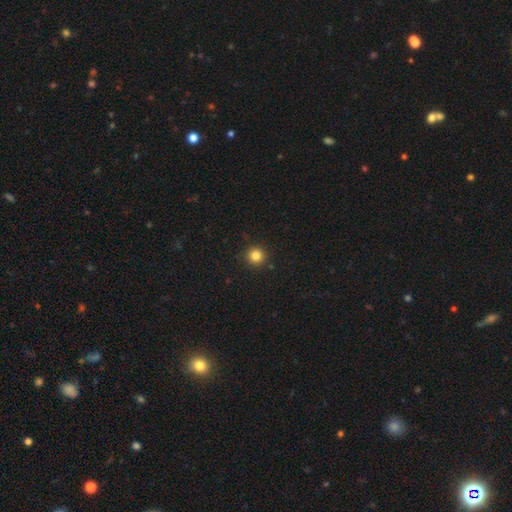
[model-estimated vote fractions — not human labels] This appears to be a smooth galaxy with no disk features (83%) that is round (95%). Merging: none (92%).